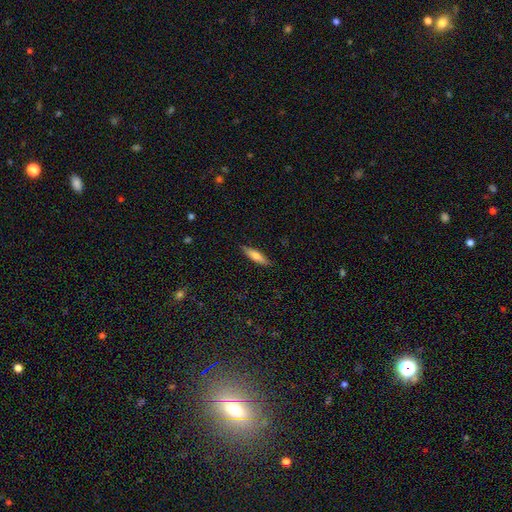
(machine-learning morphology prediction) Smooth or featured?
  - smooth: 69% *
  - featured or disk: 25%
  - star or artifact: 6%
How rounded?
  - cigar-shaped: 70% *
  - in between: 29%
  - round: 2%
Merging?
  - none: 86% *
  - minor disturbance: 11%
  - major disturbance: 2%
  - merger: 1%